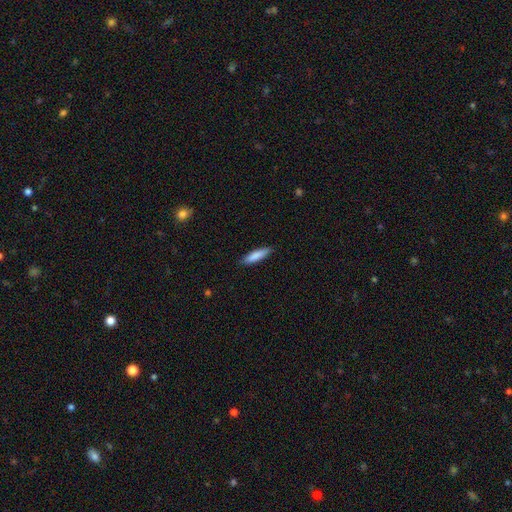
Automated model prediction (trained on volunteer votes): Smooth or featured? smooth (84%)
How rounded? cigar-shaped (78%)
Merging? none (87%)